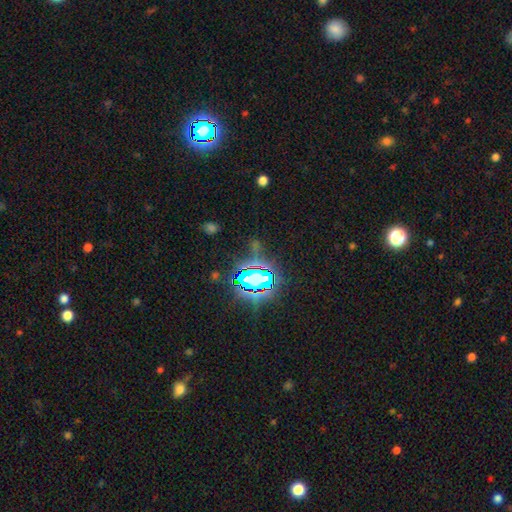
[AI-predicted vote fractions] This appears to be a star or artifact, not a galaxy (81%).